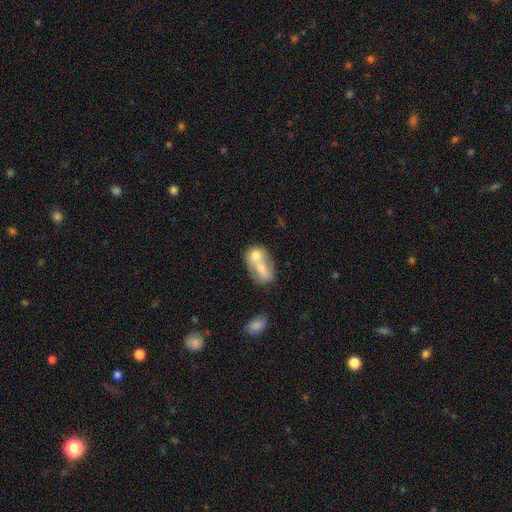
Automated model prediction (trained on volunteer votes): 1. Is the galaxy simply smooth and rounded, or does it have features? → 64% smooth, 28% featured or disk, 8% star or artifact.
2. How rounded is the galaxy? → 66% in between, 31% round, 3% cigar-shaped.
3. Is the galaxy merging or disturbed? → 70% merger, 18% none, 7% minor disturbance, 5% major disturbance.